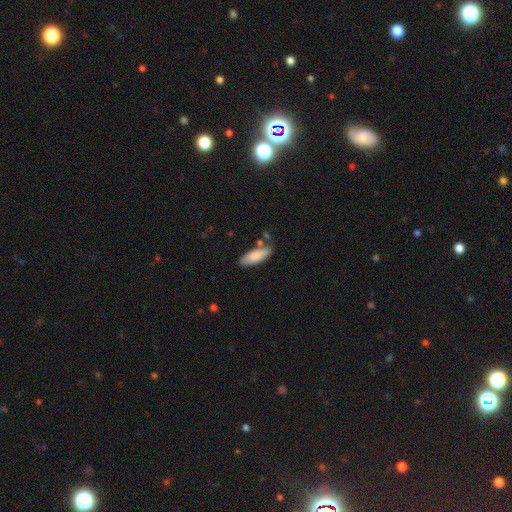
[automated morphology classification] A smooth galaxy with no disk features (84%) that is in between round and cigar-shaped (63%).

Vote fractions:
- Smooth or featured? smooth: 84% / featured or disk: 10% / star or artifact: 6%
- How rounded? in between: 63% / cigar-shaped: 36% / round: 2%
- Merging? none: 75% / minor disturbance: 15% / merger: 7% / major disturbance: 3%